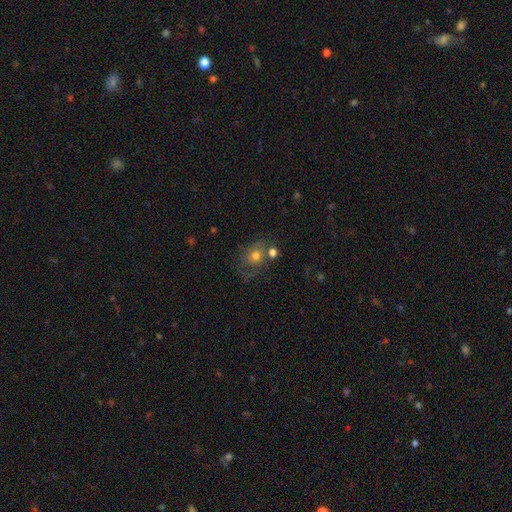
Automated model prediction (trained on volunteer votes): Morphology: type=smooth (58%); roundness=round (61%); merging=none (52%).